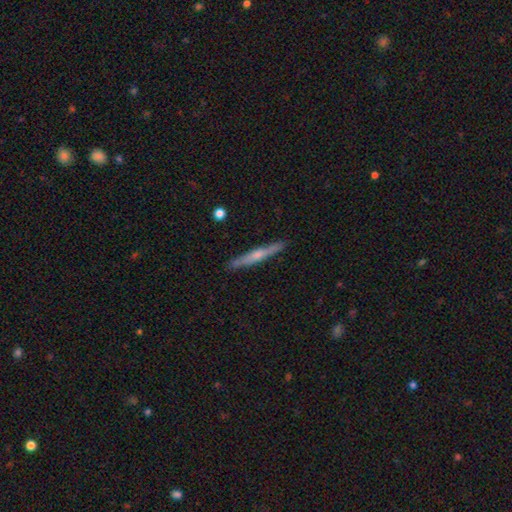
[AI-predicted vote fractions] Smooth or featured: featured or disk — 60% (smooth — 34%)
Edge-on disk: yes — 96% (no — 4%)
Edge-on bulge: rounded — 68% (none — 25%)
Merging: none — 89% (minor disturbance — 8%)